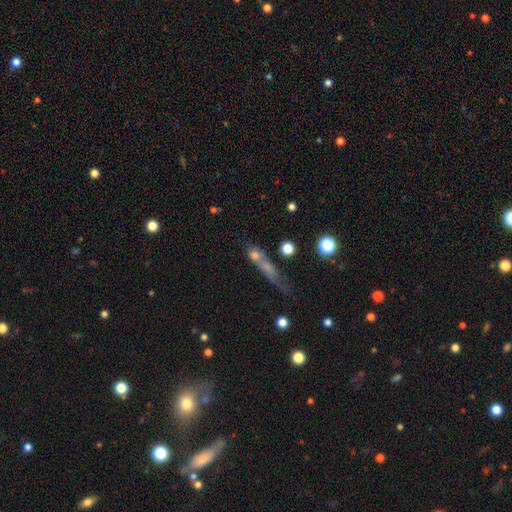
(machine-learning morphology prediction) The model was most divided on "smooth or featured": smooth: 50%, featured or disk: 31%, star or artifact: 19%. Remaining: merging — none (42%).